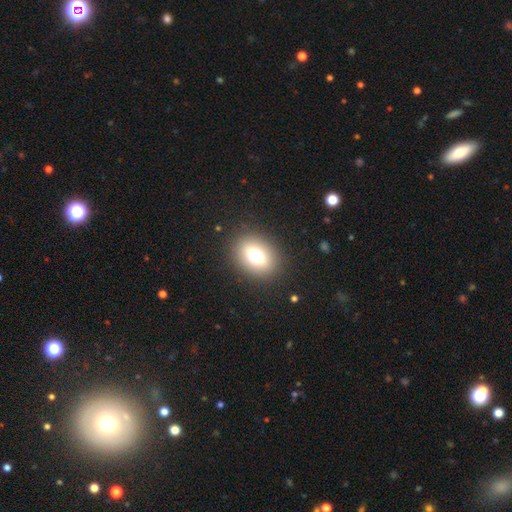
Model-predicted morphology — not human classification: Smooth or featured? Predicted: smooth (p=0.68). How rounded? Predicted: in between (p=0.59). Merging? Predicted: none (p=0.85).